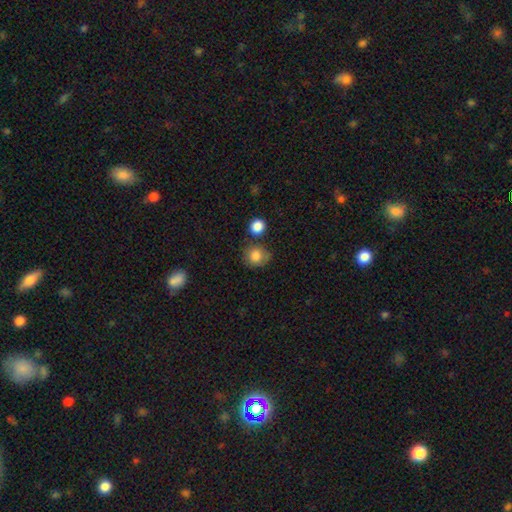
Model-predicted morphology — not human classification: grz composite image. It shows a smooth galaxy with no disk features (82%) that is round (81%). Merging: none (62%).